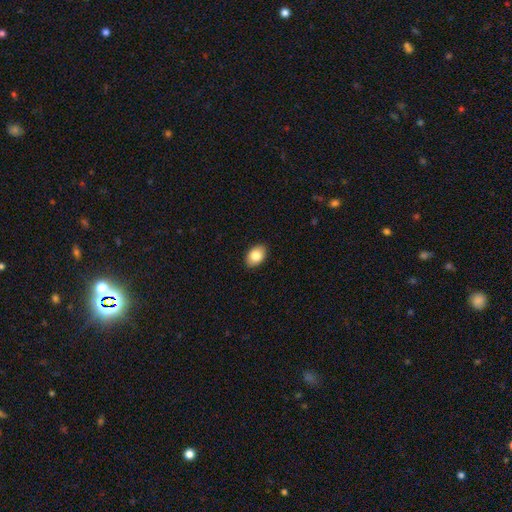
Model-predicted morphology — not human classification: This appears to be a smooth galaxy with no disk features (84%) that is in between round and cigar-shaped (84%). Merging: none (90%).